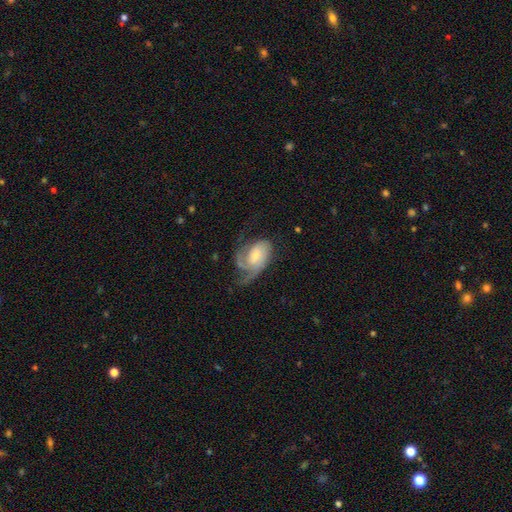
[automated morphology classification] Smooth or featured? featured or disk (75%)
Edge-on disk? no (97%)
Bar? no (52%)
Spiral arms? yes (92%)
Spiral winding? medium (40%)
Spiral arm count? 2 (38%)
Bulge size? moderate (43%, tied with small)
Merging? none (41%)